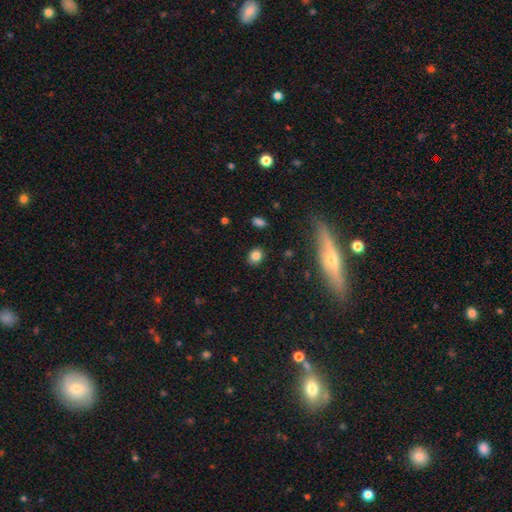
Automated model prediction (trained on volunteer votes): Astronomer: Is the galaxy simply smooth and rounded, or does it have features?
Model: smooth — 83%.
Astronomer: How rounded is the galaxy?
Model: round — 63%.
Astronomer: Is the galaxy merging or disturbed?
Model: none — 87%.